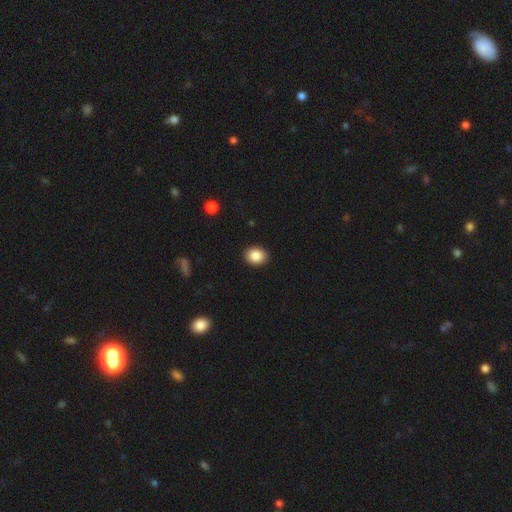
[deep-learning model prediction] Smooth or featured: smooth — 87% (star or artifact — 9%)
How rounded: in between — 50% (round — 49%)
Merging: none — 91% (minor disturbance — 6%)